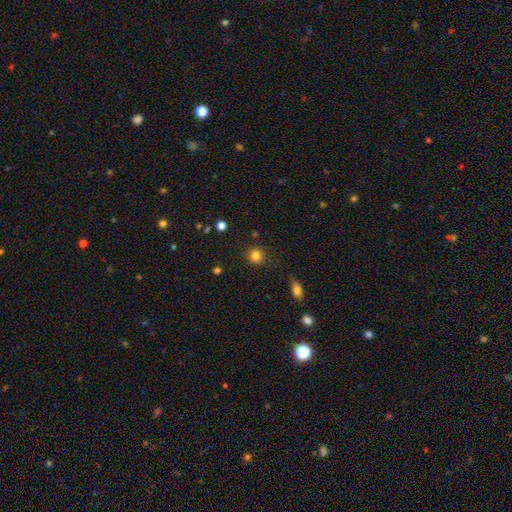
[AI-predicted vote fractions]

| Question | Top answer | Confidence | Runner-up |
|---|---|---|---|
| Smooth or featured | smooth | 83% | star or artifact (12%) |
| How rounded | round | 93% | in between (6%) |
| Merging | none | 89% | minor disturbance (7%) |